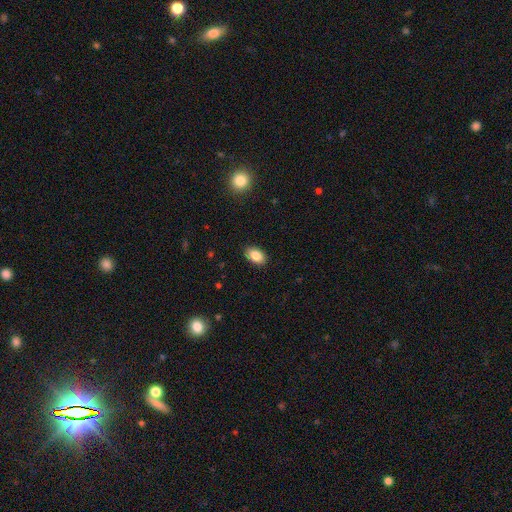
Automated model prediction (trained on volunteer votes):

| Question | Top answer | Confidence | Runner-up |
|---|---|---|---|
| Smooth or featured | smooth | 86% | star or artifact (8%) |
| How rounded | in between | 89% | round (9%) |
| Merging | none | 88% | minor disturbance (9%) |